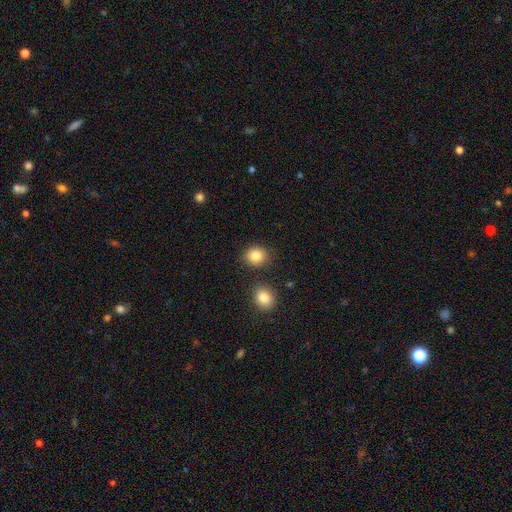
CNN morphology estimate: The model was most divided on "how rounded": round: 77%, in between: 22%, cigar-shaped: 1%. More confident: smooth or featured — smooth (85%); merging — none (84%).